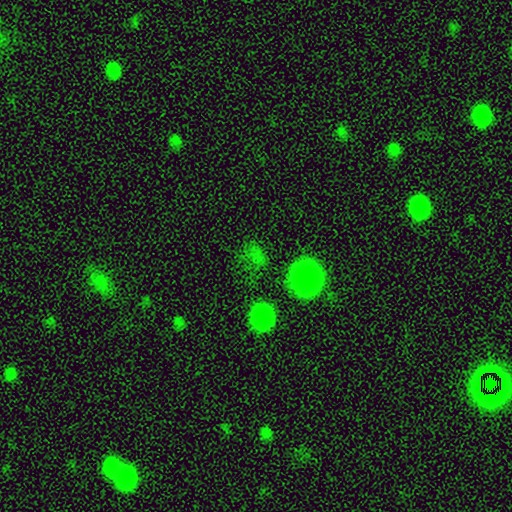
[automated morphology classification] The model was most divided on "how rounded": round: 66%, in between: 32%, cigar-shaped: 2%. More confident: smooth or featured — smooth (71%); merging — none (68%).